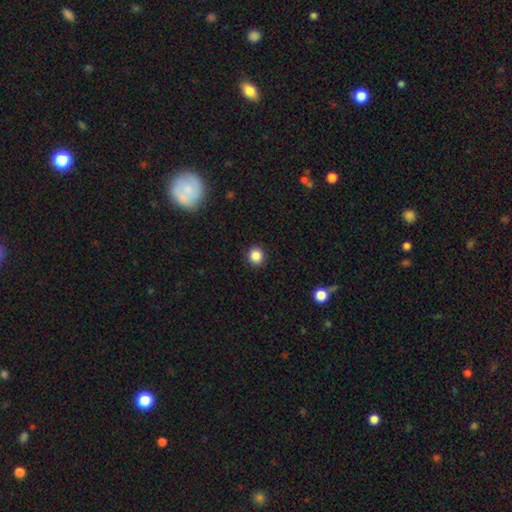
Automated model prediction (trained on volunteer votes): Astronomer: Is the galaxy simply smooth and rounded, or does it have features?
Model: smooth — 86%.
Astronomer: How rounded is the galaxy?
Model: round — 89%.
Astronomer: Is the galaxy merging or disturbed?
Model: none — 92%.